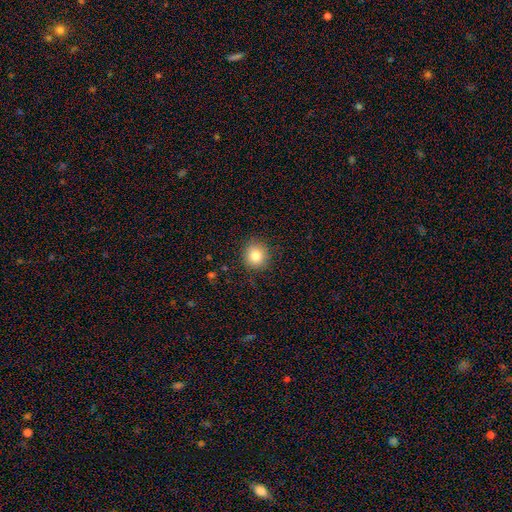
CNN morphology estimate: A smooth galaxy with no disk features (81%) that is round (90%). Merging: none (88%).